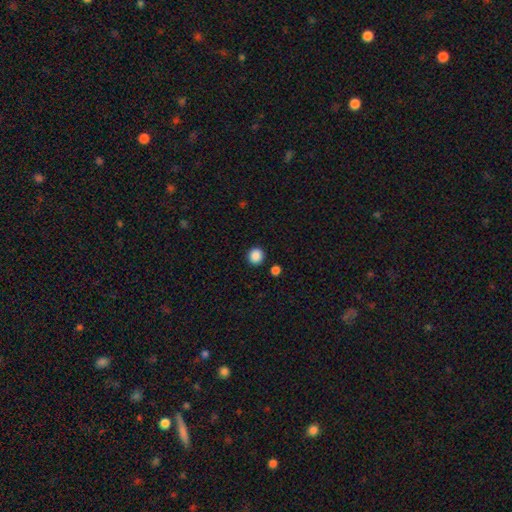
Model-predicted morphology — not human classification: Smooth or featured: smooth — 88% (star or artifact — 10%)
How rounded: round — 93% (in between — 6%)
Merging: none — 90% (minor disturbance — 5%)